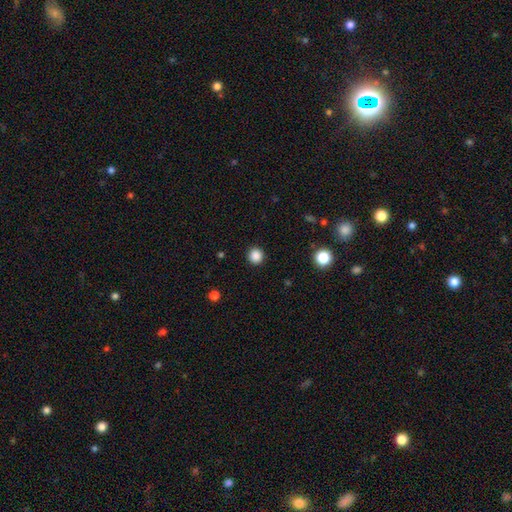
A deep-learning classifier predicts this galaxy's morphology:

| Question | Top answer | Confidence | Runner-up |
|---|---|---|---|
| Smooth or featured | smooth | 86% | star or artifact (11%) |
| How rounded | round | 93% | in between (6%) |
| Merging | none | 92% | minor disturbance (5%) |